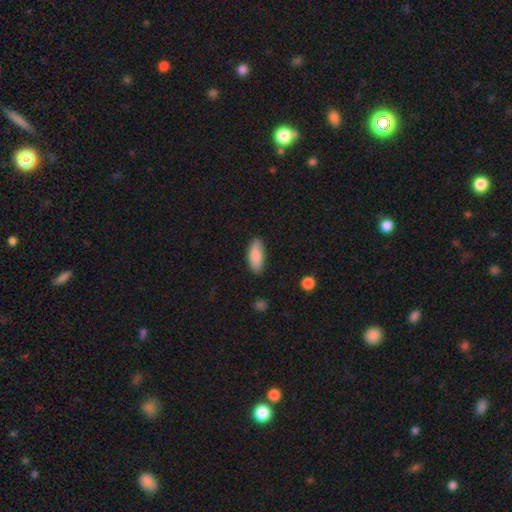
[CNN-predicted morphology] Smooth or featured? smooth (86%)
How rounded? in between (81%)
Merging? none (83%)